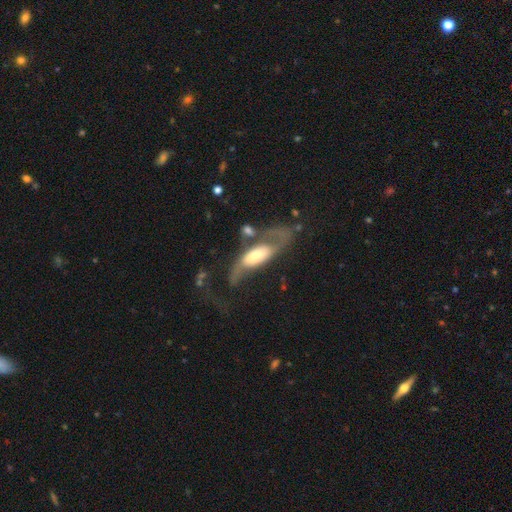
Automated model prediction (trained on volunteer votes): Q: Smooth or featured?
A: featured or disk (61%); runner-up: smooth (33%)
Q: Edge-on disk?
A: no (81%); runner-up: yes (19%)
Q: Merging?
A: major disturbance (40%); runner-up: none (28%)